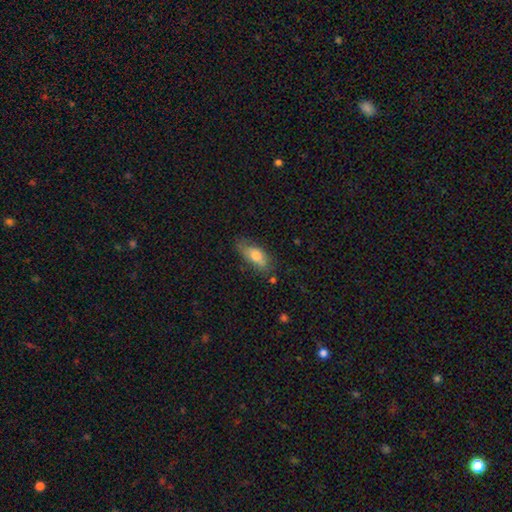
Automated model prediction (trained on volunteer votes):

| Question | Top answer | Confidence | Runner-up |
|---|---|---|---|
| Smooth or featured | smooth | 72% | featured or disk (21%) |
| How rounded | in between | 74% | cigar-shaped (23%) |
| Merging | none | 61% | minor disturbance (27%) |